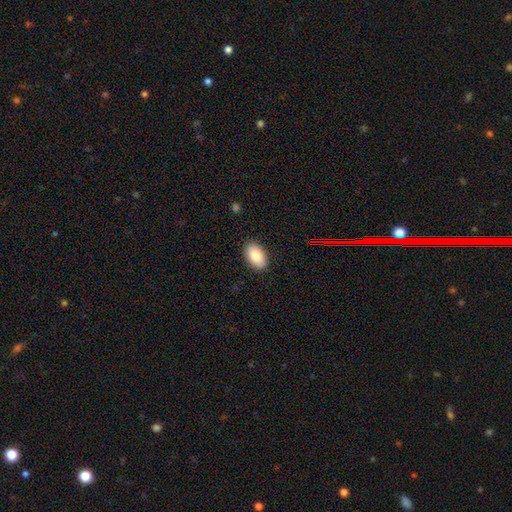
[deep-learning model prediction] A smooth galaxy with no disk features (85%) that is in between round and cigar-shaped (93%).

Vote fractions:
- Smooth or featured? smooth: 85% / featured or disk: 8% / star or artifact: 7%
- How rounded? in between: 93% / round: 6% / cigar-shaped: 1%
- Merging? none: 89% / minor disturbance: 8% / major disturbance: 2% / merger: 1%